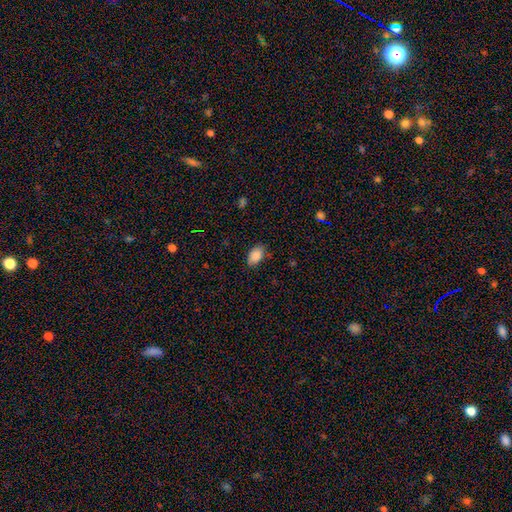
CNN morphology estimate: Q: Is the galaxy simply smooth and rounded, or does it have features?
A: smooth — 87%.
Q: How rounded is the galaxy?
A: in between — 91%.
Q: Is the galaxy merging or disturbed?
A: none — 80%.